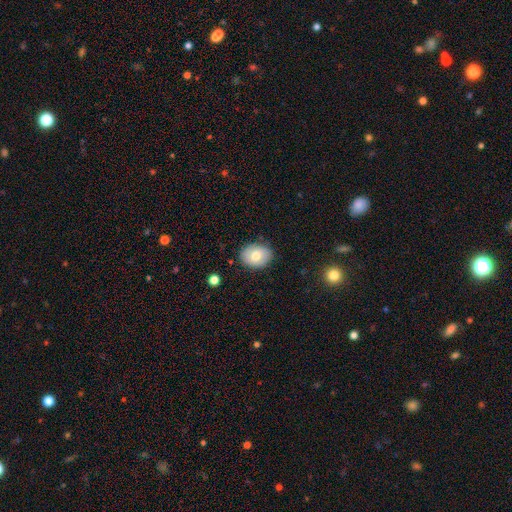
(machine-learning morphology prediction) smooth_or_featured: smooth (p=0.72) [alt: featured or disk p=0.20]
how_rounded: in between (p=0.60) [alt: round p=0.39]
merging: none (p=0.84) [alt: minor disturbance p=0.12]